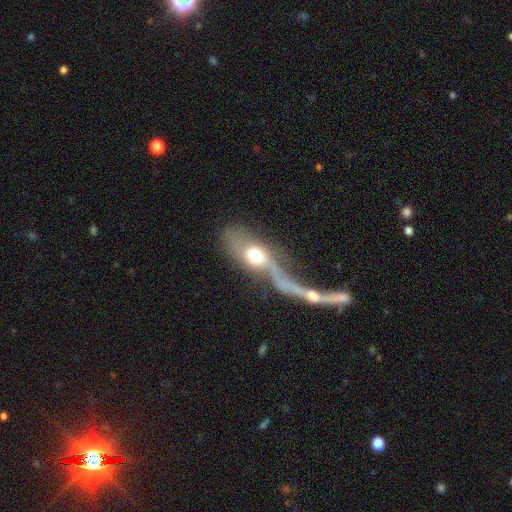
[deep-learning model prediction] Smooth or featured: featured or disk — 53% (smooth — 36%)
Edge-on disk: no — 74% (yes — 26%)
Merging: merger — 62% (major disturbance — 21%)